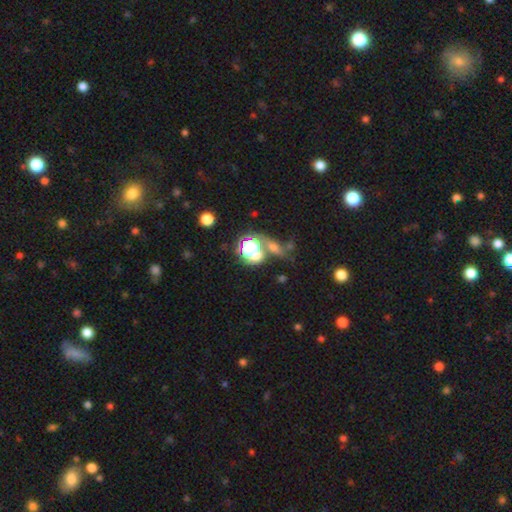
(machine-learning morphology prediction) A smooth galaxy with no disk features (46%). Merging: none (45%).